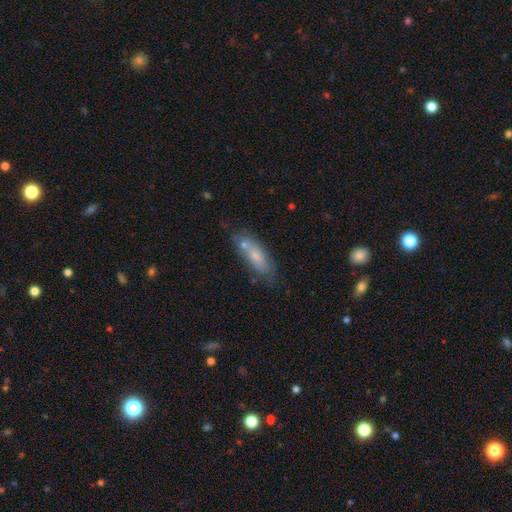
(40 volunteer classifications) Q: Smooth or featured?
A: smooth (72%); runner-up: featured or disk (20%)
Q: How rounded?
A: in between (52%); runner-up: cigar-shaped (45%)
Q: Merging?
A: none (46%); runner-up: merger (30%)